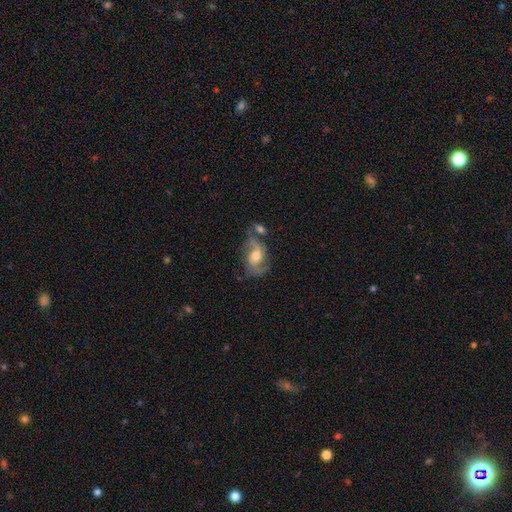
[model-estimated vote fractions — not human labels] A featured or disk galaxy (79%) with no bar (54%), 2 (89%) medium (46%) spiral arms (93%) and a moderate central bulge (55%). Merging: none (56%).